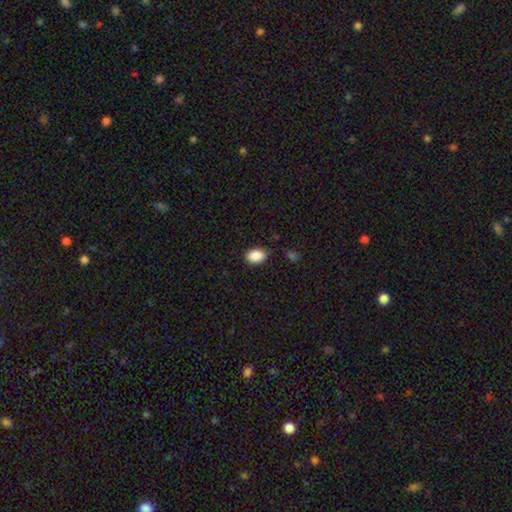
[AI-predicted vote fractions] Q: Smooth or featured?
A: smooth (88%); runner-up: star or artifact (8%)
Q: How rounded?
A: in between (78%); runner-up: round (21%)
Q: Merging?
A: none (80%); runner-up: minor disturbance (15%)